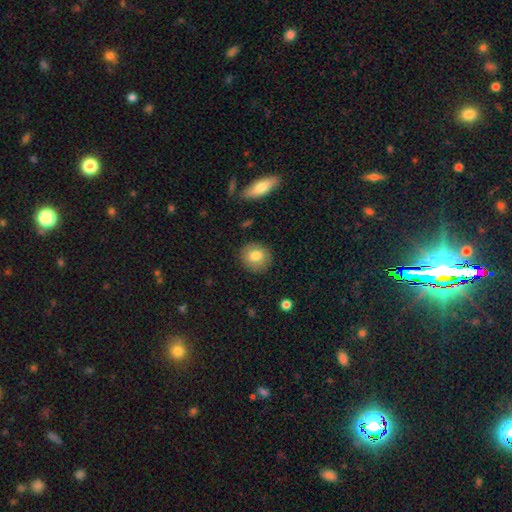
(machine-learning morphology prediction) Smooth or featured? smooth (79%)
How rounded? round (82%)
Merging? none (87%)